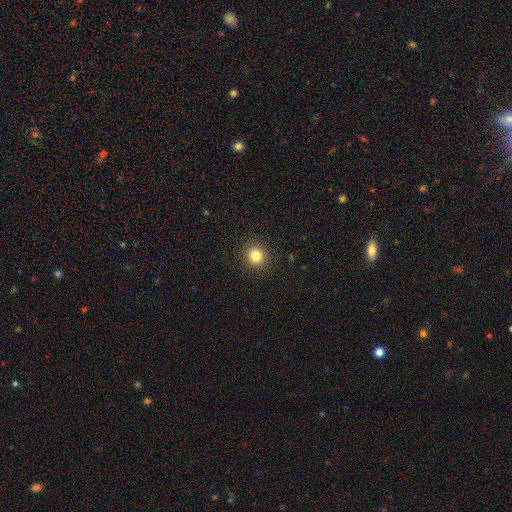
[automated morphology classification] A smooth galaxy with no disk features (82%) that is round (88%).

Vote fractions:
- Smooth or featured? smooth: 82% / star or artifact: 12% / featured or disk: 6%
- How rounded? round: 88% / in between: 11% / cigar-shaped: 1%
- Merging? none: 90% / minor disturbance: 6% / major disturbance: 2% / merger: 1%